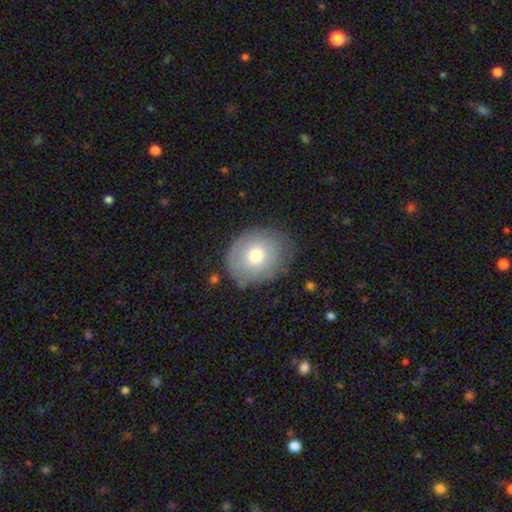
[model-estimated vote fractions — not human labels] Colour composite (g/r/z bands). It shows a smooth galaxy with no disk features (71%) that is round (58%). Merging: none (72%).